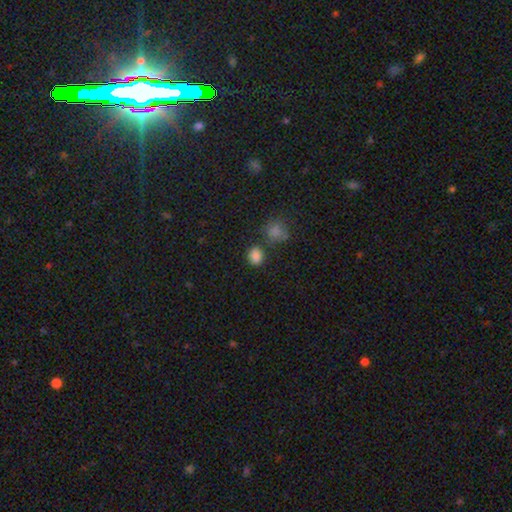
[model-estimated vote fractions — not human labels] A smooth galaxy with no disk features (84%) that is round (60%). Merging: none (73%).